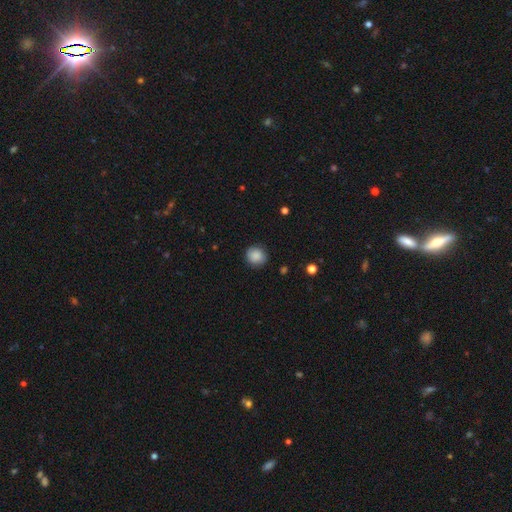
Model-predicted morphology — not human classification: Q: Smooth or featured?
A: smooth (87%); runner-up: star or artifact (8%)
Q: How rounded?
A: round (86%); runner-up: in between (13%)
Q: Merging?
A: none (85%); runner-up: minor disturbance (11%)